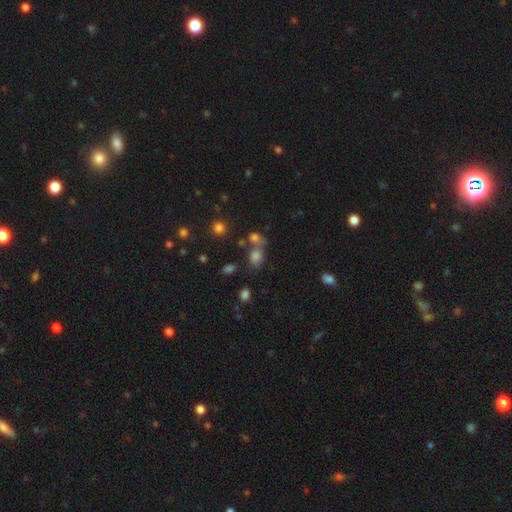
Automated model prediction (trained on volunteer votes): smooth 66%, star or artifact 24%, featured or disk 10%. Down the decision tree: how rounded — in between (58%); merging — none (54%).